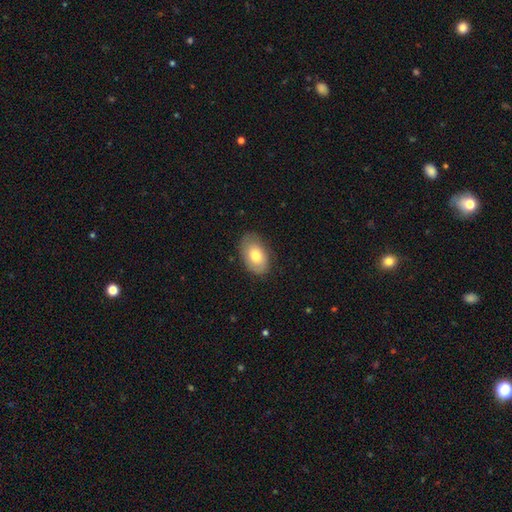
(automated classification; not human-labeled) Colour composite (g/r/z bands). It shows a smooth galaxy with no disk features (74%) that is in between round and cigar-shaped (89%). Merging: none (78%).